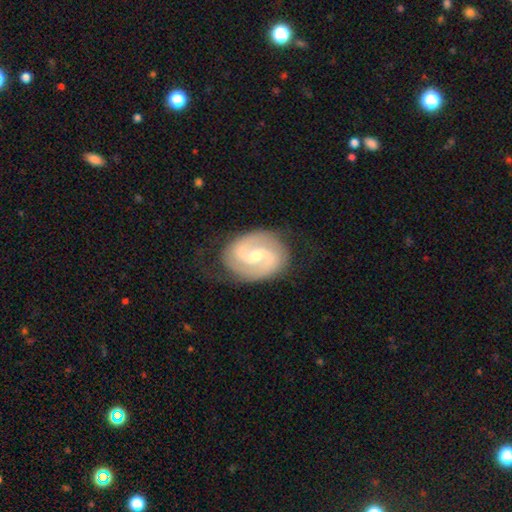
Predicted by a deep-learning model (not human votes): This appears to be a featured or disk galaxy (90%) with a weak bar (54%), 2 (93%) medium (55%) spiral arms (97%) and a small central bulge (50%). Merging: none (78%).